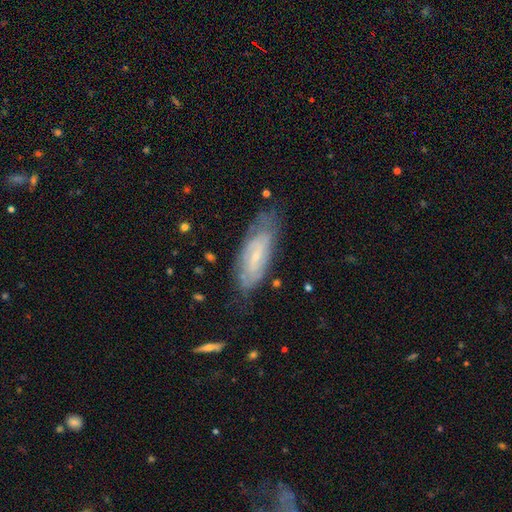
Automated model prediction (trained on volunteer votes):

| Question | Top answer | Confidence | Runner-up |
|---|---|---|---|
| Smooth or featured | featured or disk | 60% | smooth (32%) |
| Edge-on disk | no | 83% | yes (17%) |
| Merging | none | 61% | minor disturbance (27%) |